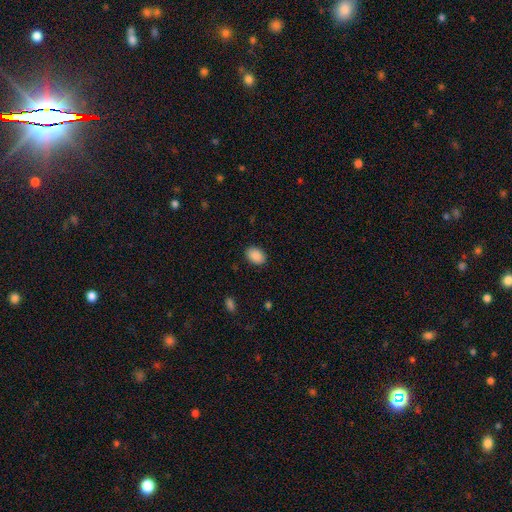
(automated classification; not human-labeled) smooth 90%, star or artifact 7%, featured or disk 3%. Down the decision tree: how rounded — in between (82%); merging — none (88%).